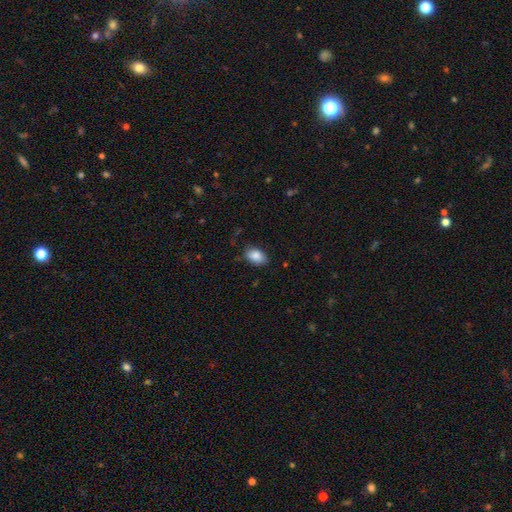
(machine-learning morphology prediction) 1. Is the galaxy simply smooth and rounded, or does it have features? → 87% smooth, 7% star or artifact, 6% featured or disk.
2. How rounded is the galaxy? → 89% in between, 9% round, 1% cigar-shaped.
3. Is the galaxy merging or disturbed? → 80% none, 15% minor disturbance, 3% major disturbance, 1% merger.